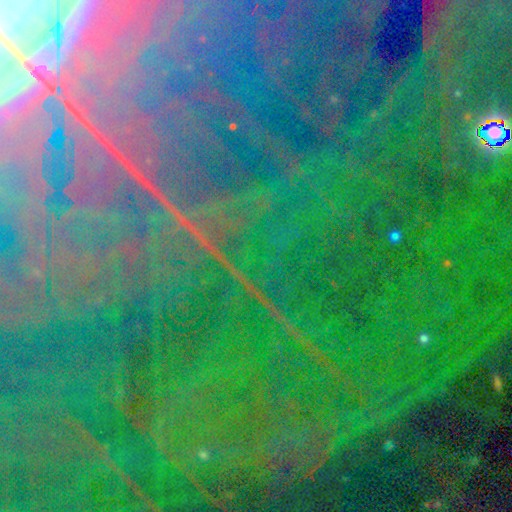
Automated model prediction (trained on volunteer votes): A star or artifact, not a galaxy (87%).